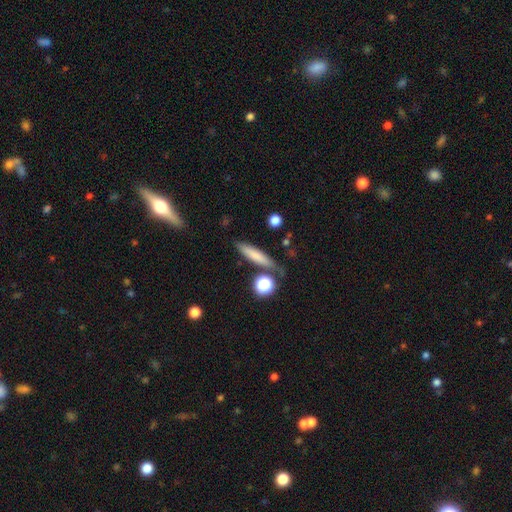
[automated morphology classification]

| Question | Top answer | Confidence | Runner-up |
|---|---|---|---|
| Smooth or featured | smooth | 73% | featured or disk (19%) |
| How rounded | cigar-shaped | 82% | in between (15%) |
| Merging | none | 75% | minor disturbance (14%) |